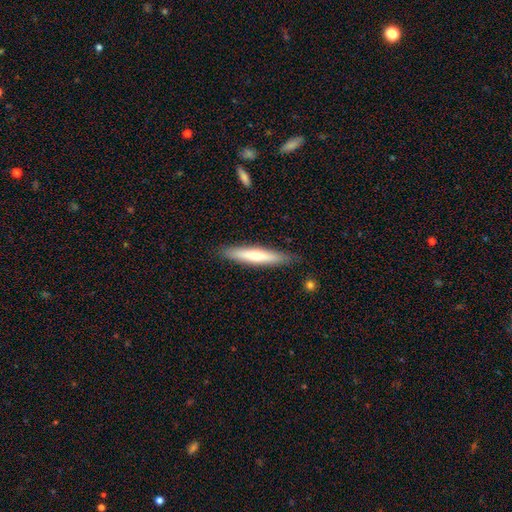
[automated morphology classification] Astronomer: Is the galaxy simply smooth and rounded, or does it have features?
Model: smooth — 53% (runner-up: featured or disk, 41%).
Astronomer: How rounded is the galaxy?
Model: cigar-shaped — 91%.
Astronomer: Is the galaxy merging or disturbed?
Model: none — 89%.